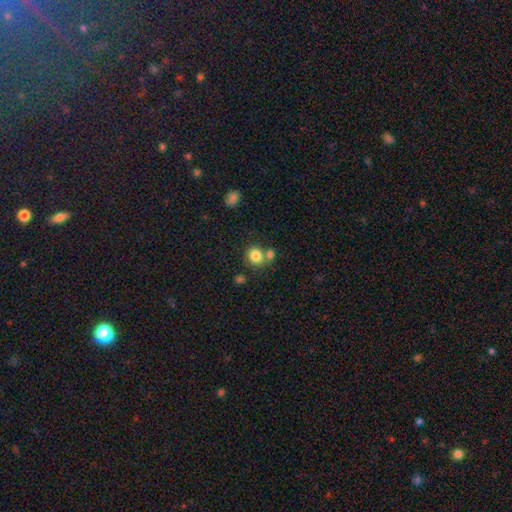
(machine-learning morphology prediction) The model was most divided on "merging": none: 60%, merger: 26%, minor disturbance: 10%, major disturbance: 4%. More confident: smooth or featured — smooth (83%); how rounded — round (79%).